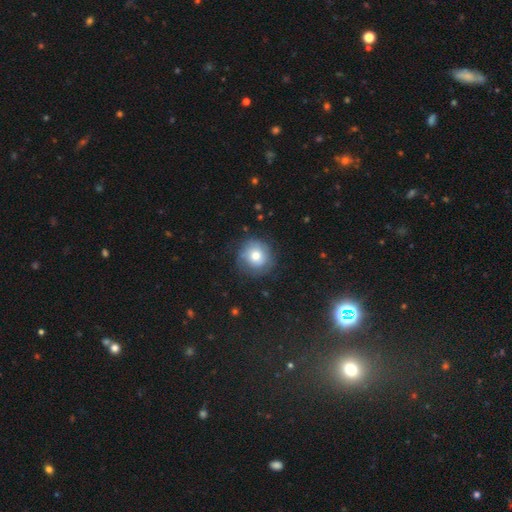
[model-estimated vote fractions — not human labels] Overall: smooth (64%; featured or disk 26%). How rounded: round (89%). Merging: none (75%).